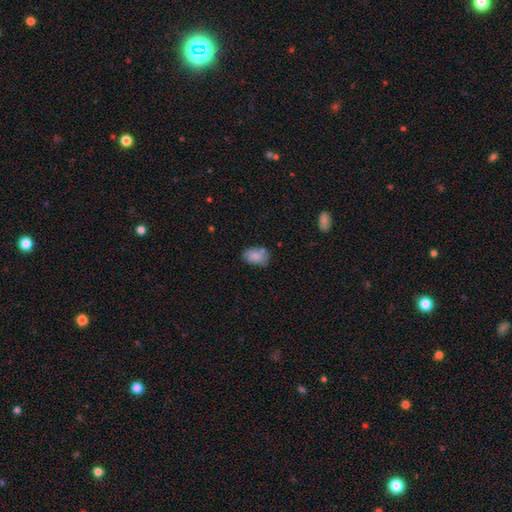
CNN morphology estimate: smooth_or_featured: smooth (p=0.82) [alt: featured or disk p=0.10]
how_rounded: in between (p=0.85) [alt: round p=0.13]
merging: none (p=0.62) [alt: minor disturbance p=0.23]